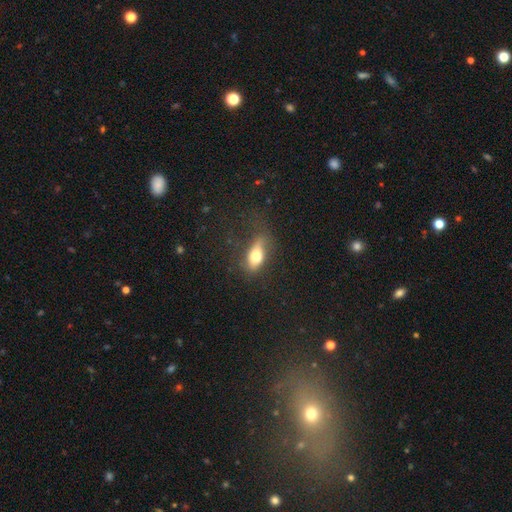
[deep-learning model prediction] smooth 70%, featured or disk 21%, star or artifact 9%. Down the decision tree: how rounded — in between (78%); merging — none (52%).